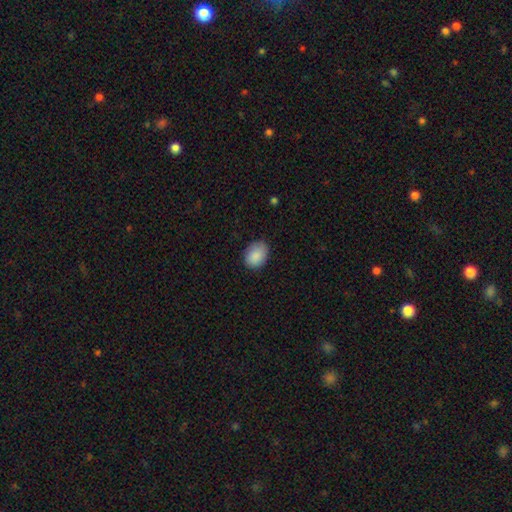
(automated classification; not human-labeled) Smooth or featured? smooth (88%)
How rounded? in between (71%)
Merging? none (81%)